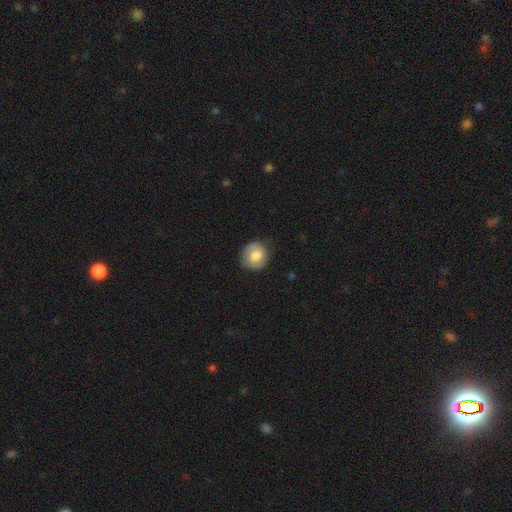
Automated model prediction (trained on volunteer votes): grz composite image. It shows a smooth galaxy with no disk features (62%) that is round (80%). Merging: none (76%).